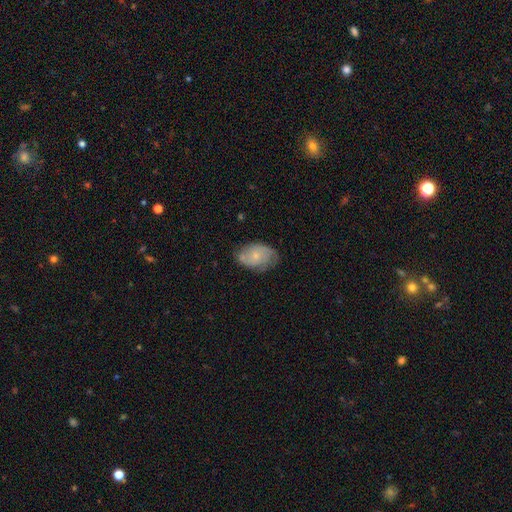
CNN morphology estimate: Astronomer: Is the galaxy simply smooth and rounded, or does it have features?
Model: featured or disk — 48% (runner-up: smooth, 44%).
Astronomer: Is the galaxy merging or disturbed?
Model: none — 60%.